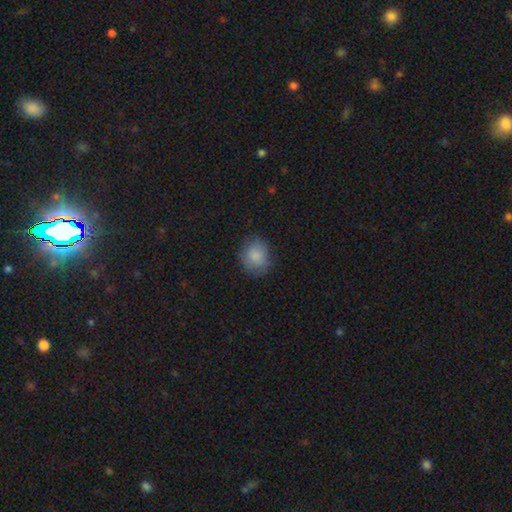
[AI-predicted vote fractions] smooth-or-featured: smooth: 85% | star or artifact: 8% | featured or disk: 8%
  how-rounded: round: 69% | in between: 31% | cigar-shaped: 1%
  merging: none: 76% | minor disturbance: 18% | major disturbance: 5% | merger: 1%